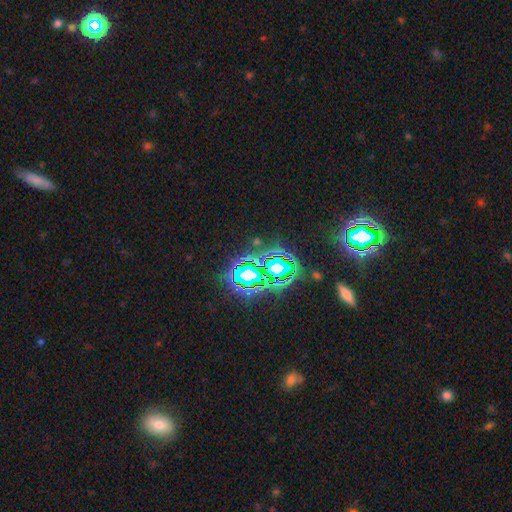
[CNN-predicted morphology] Q: Smooth or featured?
A: star or artifact (72%); runner-up: smooth (20%)